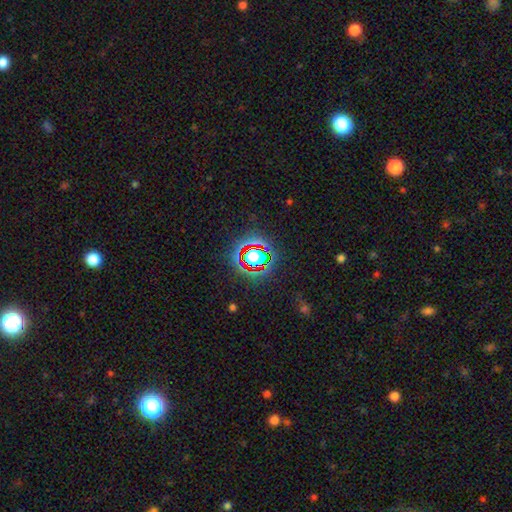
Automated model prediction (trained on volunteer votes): Smooth or featured: star or artifact — 66% (smooth — 22%)